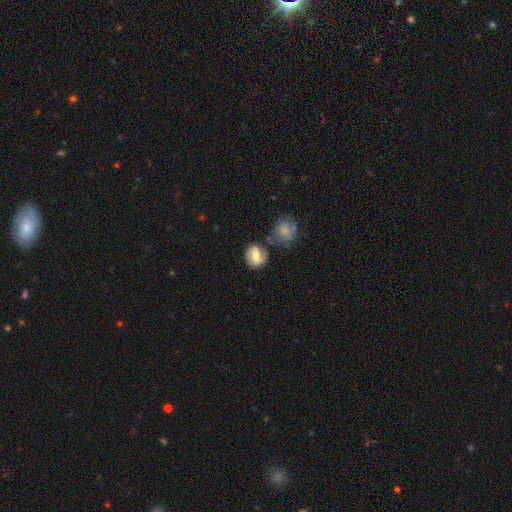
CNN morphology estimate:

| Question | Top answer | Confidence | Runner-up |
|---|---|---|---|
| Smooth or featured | featured or disk | 47% | smooth (46%) |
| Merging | none | 67% | minor disturbance (17%) |